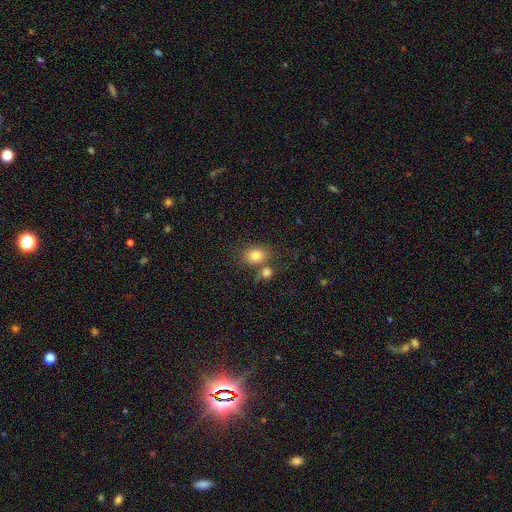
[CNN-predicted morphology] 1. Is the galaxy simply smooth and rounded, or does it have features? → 81% smooth, 10% star or artifact, 9% featured or disk.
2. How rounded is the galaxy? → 54% in between, 45% round, 1% cigar-shaped.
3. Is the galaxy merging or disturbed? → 58% none, 25% merger, 12% minor disturbance, 5% major disturbance.